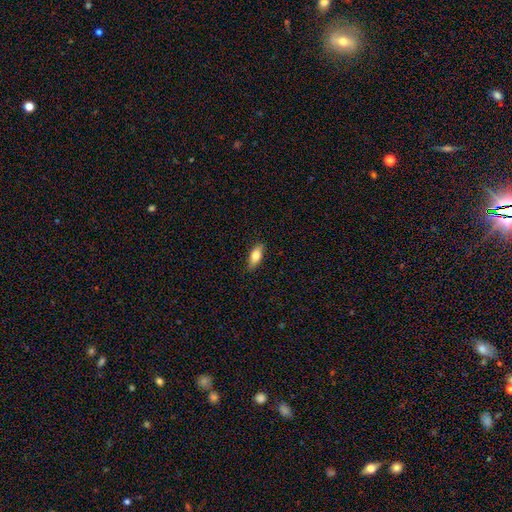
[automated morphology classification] The model was most divided on "smooth or featured": smooth: 75%, featured or disk: 19%, star or artifact: 7%. More confident: merging — none (86%); how rounded — in between (77%).